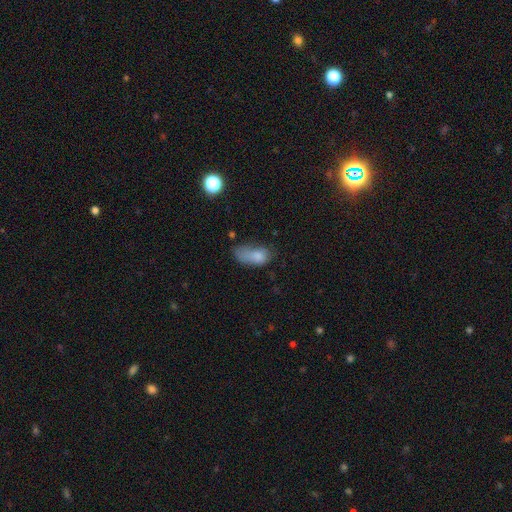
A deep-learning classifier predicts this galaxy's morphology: Smooth or featured? Predicted: smooth (p=0.75). How rounded? Predicted: in between (p=0.88). Merging? Predicted: major disturbance (p=0.36).